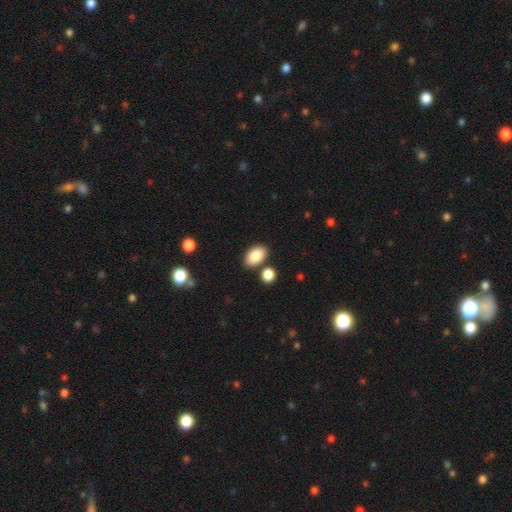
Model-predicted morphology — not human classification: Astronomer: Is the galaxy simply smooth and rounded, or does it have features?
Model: smooth — 86%.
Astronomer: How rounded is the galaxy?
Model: in between — 91%.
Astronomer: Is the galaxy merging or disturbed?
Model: none — 78%.